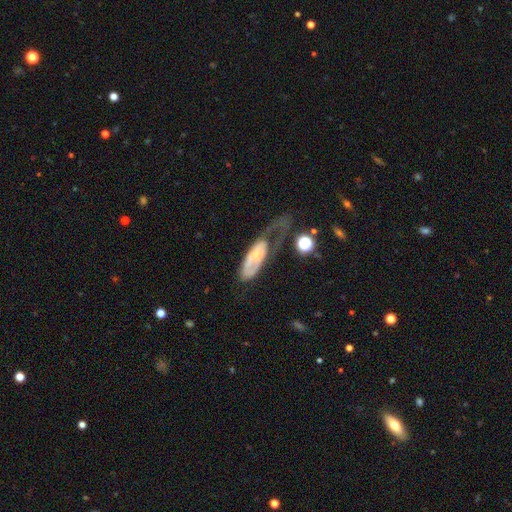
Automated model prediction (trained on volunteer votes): smooth-or-featured: featured or disk: 60% | smooth: 33% | star or artifact: 7%
  disk-edge-on: no: 87% | yes: 13%
    bar: no: 74% | weak: 20% | strong: 6%
    has-spiral-arms: yes: 59% | no: 41%
    bulge-size: small: 57% | moderate: 32% | none: 6% | large: 4% | dominant: 2%
  merging: major disturbance: 54% | minor disturbance: 21% | none: 19% | merger: 6%